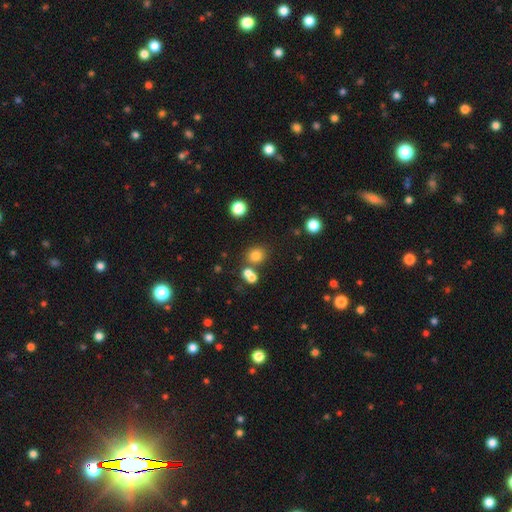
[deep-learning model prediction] A smooth galaxy with no disk features (76%) that is round (79%). Merging: none (62%).